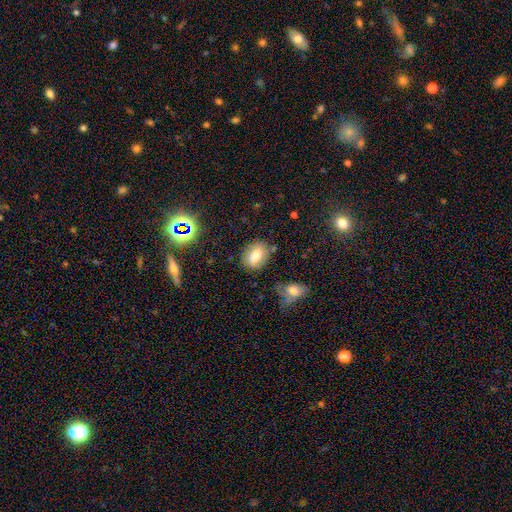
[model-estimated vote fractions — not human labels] Q: Smooth or featured?
A: smooth (74%); runner-up: featured or disk (15%)
Q: How rounded?
A: in between (71%); runner-up: round (27%)
Q: Merging?
A: none (74%); runner-up: minor disturbance (17%)